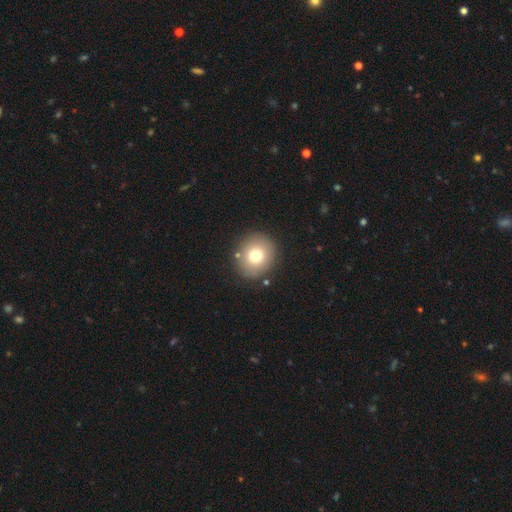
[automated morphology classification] Q: Smooth or featured?
A: smooth (75%); runner-up: featured or disk (14%)
Q: How rounded?
A: round (85%); runner-up: in between (14%)
Q: Merging?
A: none (86%); runner-up: minor disturbance (8%)